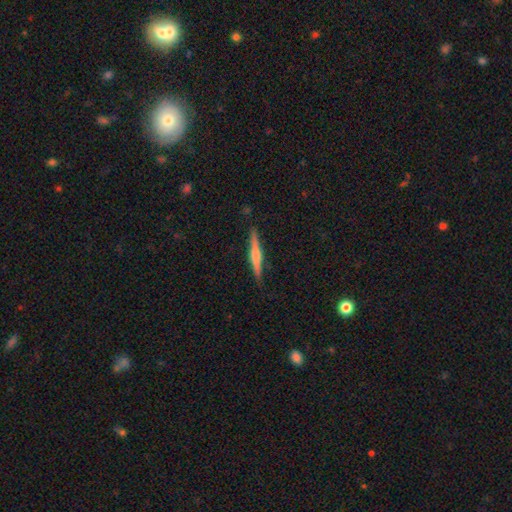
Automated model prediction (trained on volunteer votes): Overall: featured or disk (59%; smooth 35%). Edge-on disk: yes (98%). Edge-on bulge: rounded (72%). Merging: none (88%).